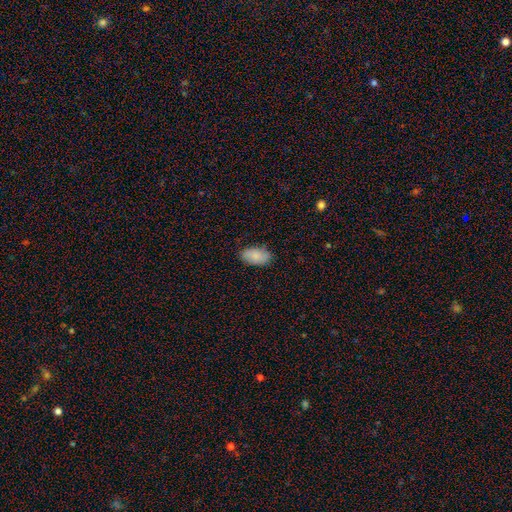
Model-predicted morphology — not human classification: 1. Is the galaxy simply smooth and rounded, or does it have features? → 84% smooth, 10% featured or disk, 7% star or artifact.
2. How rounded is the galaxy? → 94% in between, 4% round, 2% cigar-shaped.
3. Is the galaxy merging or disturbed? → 82% none, 14% minor disturbance, 3% major disturbance, 1% merger.